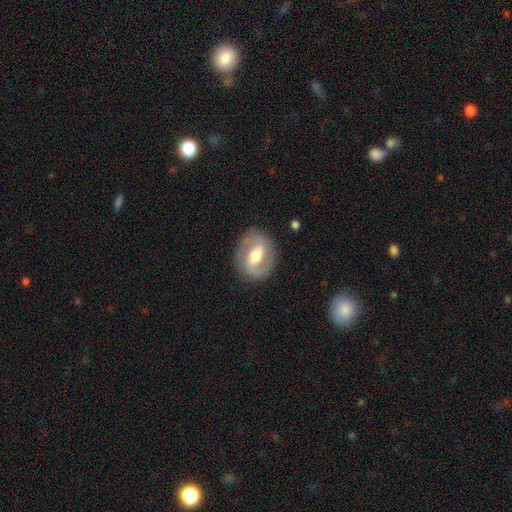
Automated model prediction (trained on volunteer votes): smooth_or_featured: featured or disk (p=0.75) [alt: smooth p=0.19]
disk_edge_on: no (p=0.96) [alt: yes p=0.04]
bar: strong (p=0.42) [alt: weak p=0.41]
has_spiral_arms: yes (p=0.83) [alt: no p=0.17]
spiral_winding: medium (p=0.48) [alt: tight p=0.29]
spiral_arm_count: 2 (p=0.88) [alt: can't tell p=0.06]
bulge_size: moderate (p=0.66) [alt: small p=0.17]
merging: none (p=0.84) [alt: minor disturbance p=0.11]